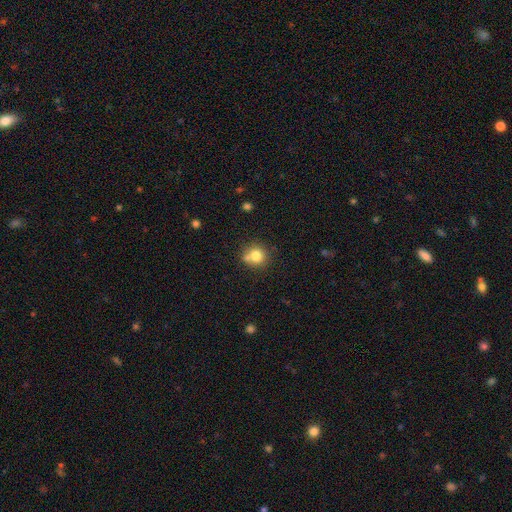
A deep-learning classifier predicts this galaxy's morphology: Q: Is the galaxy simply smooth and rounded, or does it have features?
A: smooth — 78%.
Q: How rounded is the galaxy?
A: round — 89%.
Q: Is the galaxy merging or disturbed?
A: none — 62%.